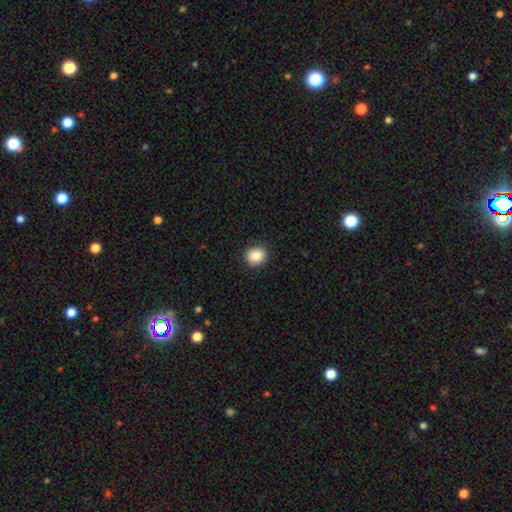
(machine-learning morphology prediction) Overall: smooth (87%). How rounded: round (75%). Merging: none (91%).